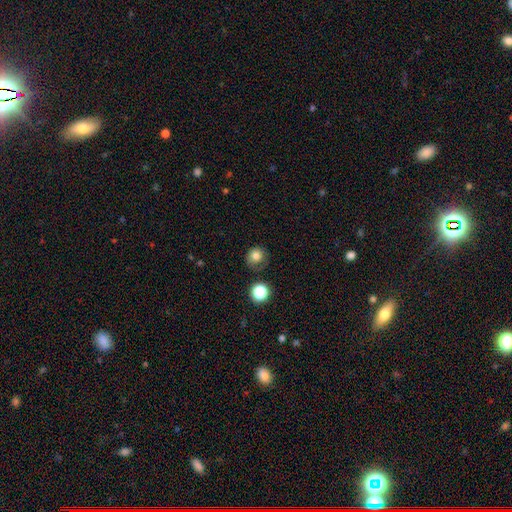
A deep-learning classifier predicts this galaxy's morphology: A smooth galaxy with no disk features (79%) that is round (86%). Merging: none (70%).